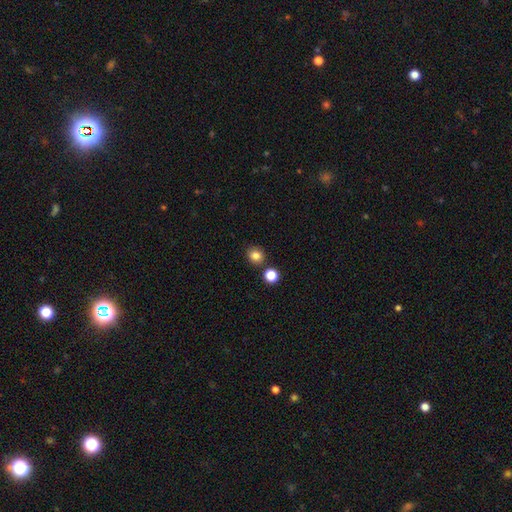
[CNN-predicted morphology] smooth 83%, star or artifact 12%, featured or disk 5%. Down the decision tree: how rounded — round (80%); merging — none (82%).